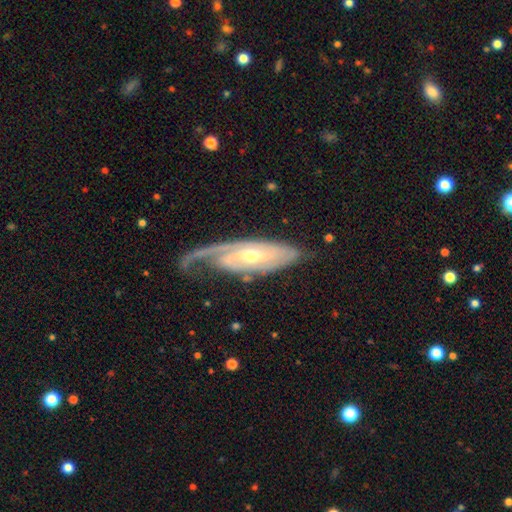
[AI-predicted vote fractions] Smooth or featured? featured or disk (87%)
Edge-on disk? no (88%)
Bar? weak (42%)
Spiral arms? yes (95%)
Spiral winding? tight (51%)
Spiral arm count? 2 (42%)
Bulge size? moderate (52%)
Merging? none (53%)